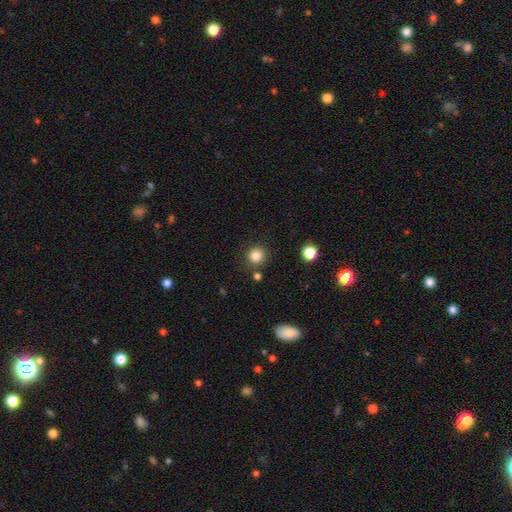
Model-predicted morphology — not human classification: A smooth galaxy with no disk features (84%) that is round (93%). Merging: none (86%).